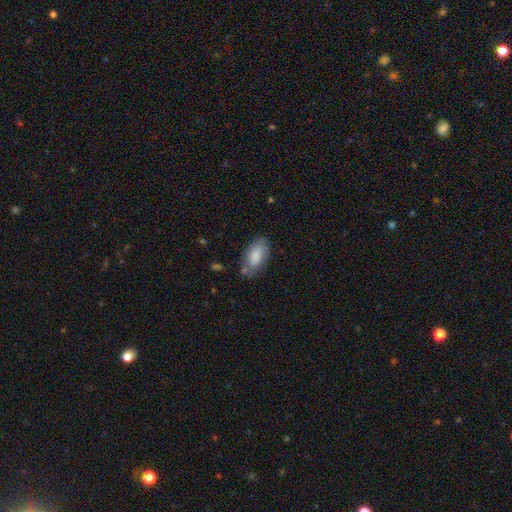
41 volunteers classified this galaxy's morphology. smooth 88%, featured or disk 7%, star or artifact 5%. Down the decision tree: how rounded — in between (89%); merging — none (64%).